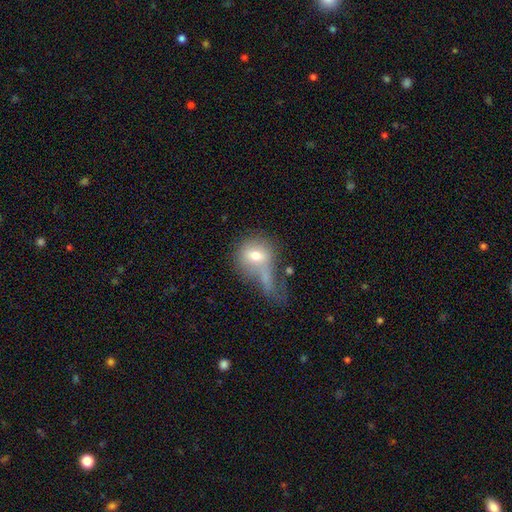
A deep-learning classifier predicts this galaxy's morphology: Smooth or featured: smooth — 61% (featured or disk — 27%)
How rounded: round — 63% (in between — 34%)
Merging: major disturbance — 33% (merger — 31%)